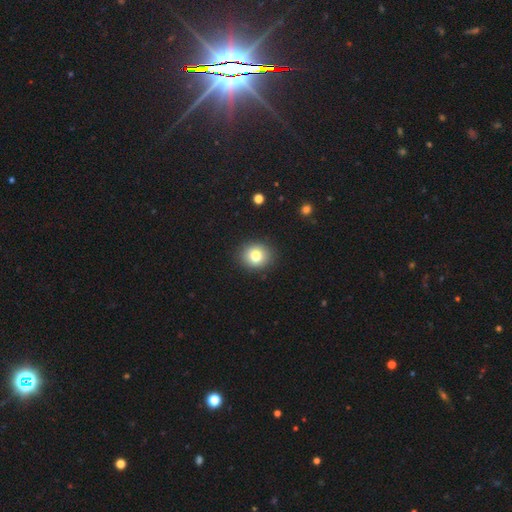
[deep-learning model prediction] Smooth or featured? Predicted: smooth (p=0.81). How rounded? Predicted: round (p=0.77). Merging? Predicted: none (p=0.90).